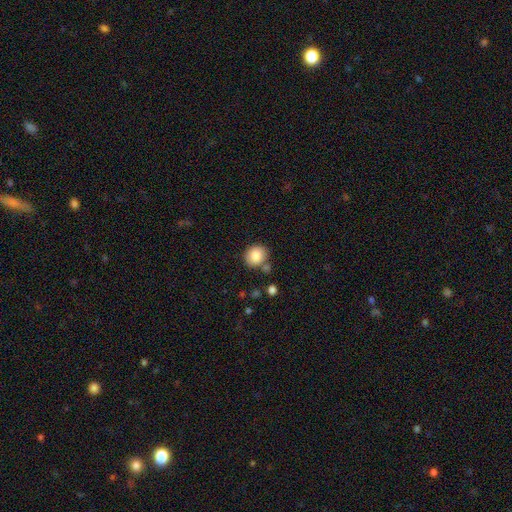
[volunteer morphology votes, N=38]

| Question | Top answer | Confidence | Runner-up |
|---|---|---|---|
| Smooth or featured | smooth | 97% | star or artifact (3%) |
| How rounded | round | 76% | in between (24%) |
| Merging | none | 76% | minor disturbance (11%) |